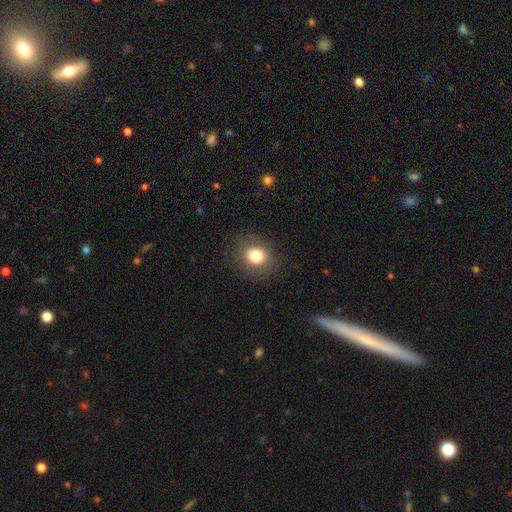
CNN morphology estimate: Overall: smooth (80%). How rounded: round (74%). Merging: none (87%).